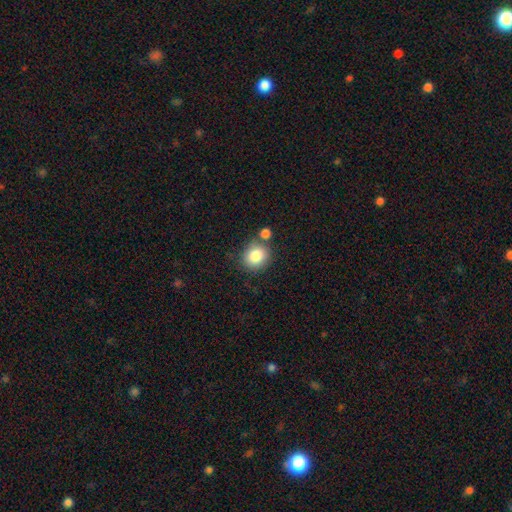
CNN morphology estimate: Overall: smooth (84%). How rounded: round (75%). Merging: none (68%).